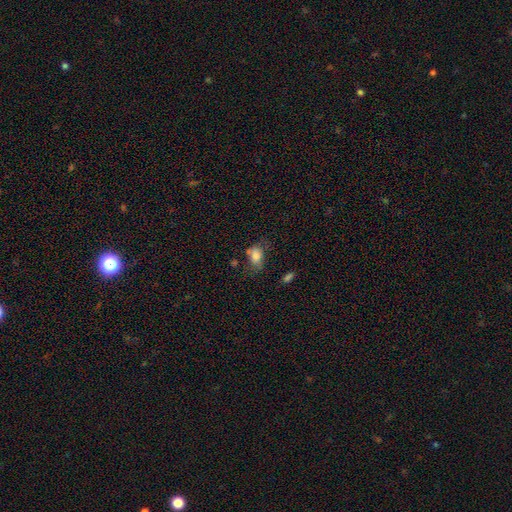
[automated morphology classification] Q: Smooth or featured?
A: smooth (77%); runner-up: featured or disk (13%)
Q: How rounded?
A: in between (78%); runner-up: round (20%)
Q: Merging?
A: none (48%); runner-up: minor disturbance (30%)